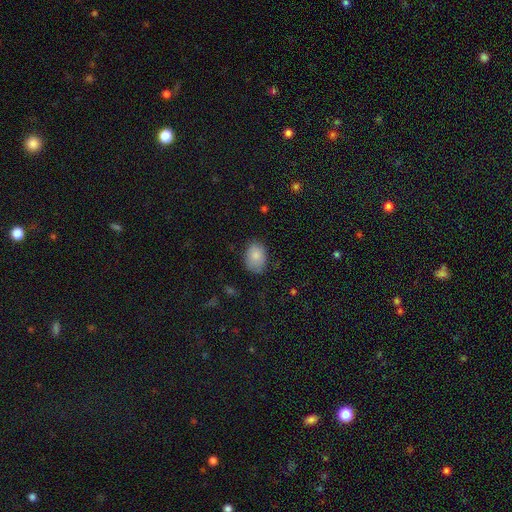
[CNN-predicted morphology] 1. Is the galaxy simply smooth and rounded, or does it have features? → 84% smooth, 8% featured or disk, 8% star or artifact.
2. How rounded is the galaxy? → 73% in between, 26% round, 1% cigar-shaped.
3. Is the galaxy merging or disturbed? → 76% none, 19% minor disturbance, 4% major disturbance, 1% merger.